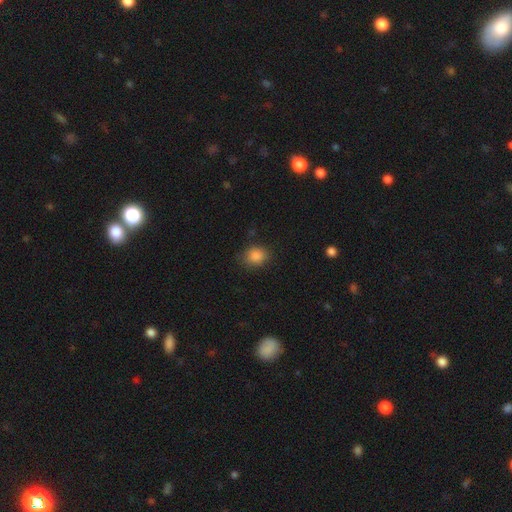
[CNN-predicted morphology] A smooth galaxy with no disk features (86%) that is round (63%).

Vote fractions:
- Smooth or featured? smooth: 86% / star or artifact: 10% / featured or disk: 4%
- How rounded? round: 63% / in between: 36% / cigar-shaped: 1%
- Merging? none: 79% / minor disturbance: 15% / major disturbance: 4% / merger: 1%